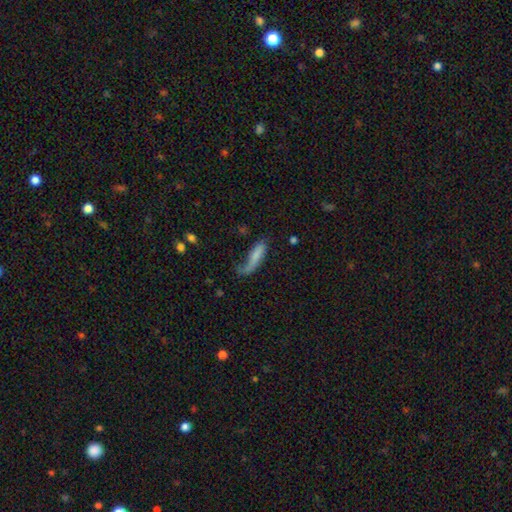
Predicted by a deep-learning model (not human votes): Smooth or featured?
  - smooth: 65% *
  - featured or disk: 27%
  - star or artifact: 8%
How rounded?
  - cigar-shaped: 59% *
  - in between: 38%
  - round: 3%
Merging?
  - major disturbance: 35% *
  - none: 33%
  - minor disturbance: 25%
  - merger: 7%